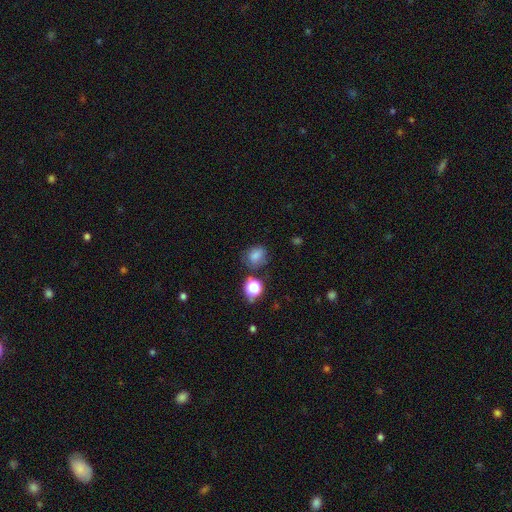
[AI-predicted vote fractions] smooth_or_featured: smooth (p=0.75) [alt: star or artifact p=0.17]
how_rounded: round (p=0.58) [alt: in between p=0.41]
merging: none (p=0.70) [alt: minor disturbance p=0.17]